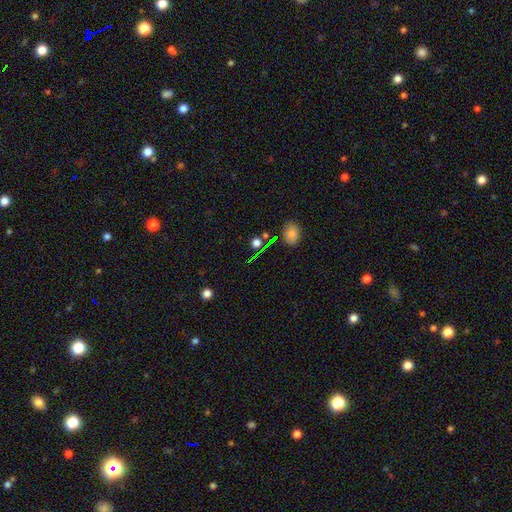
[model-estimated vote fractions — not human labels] This appears to be a star or artifact, not a galaxy (53%).